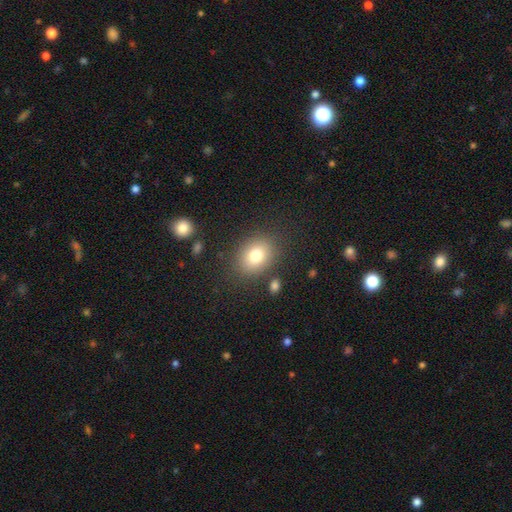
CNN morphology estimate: Smooth or featured?
  - smooth: 79% *
  - featured or disk: 11%
  - star or artifact: 11%
How rounded?
  - in between: 58% *
  - round: 41%
  - cigar-shaped: 1%
Merging?
  - none: 82% *
  - minor disturbance: 10%
  - major disturbance: 4%
  - merger: 3%